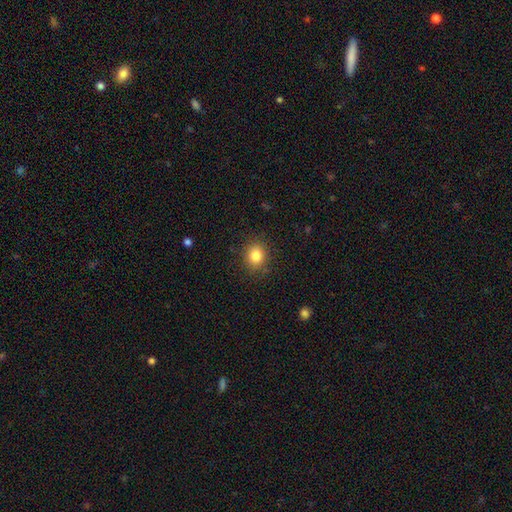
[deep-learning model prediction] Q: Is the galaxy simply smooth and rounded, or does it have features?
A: smooth — 83%.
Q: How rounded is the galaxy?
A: round — 75%.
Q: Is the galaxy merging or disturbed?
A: none — 87%.